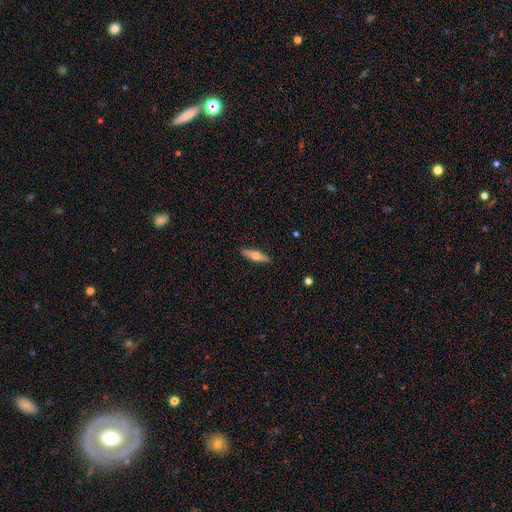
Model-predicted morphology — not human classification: Smooth or featured?
  - smooth: 53% *
  - featured or disk: 41%
  - star or artifact: 6%
How rounded?
  - cigar-shaped: 67% *
  - in between: 30%
  - round: 2%
Merging?
  - none: 89% *
  - minor disturbance: 8%
  - major disturbance: 2%
  - merger: 1%